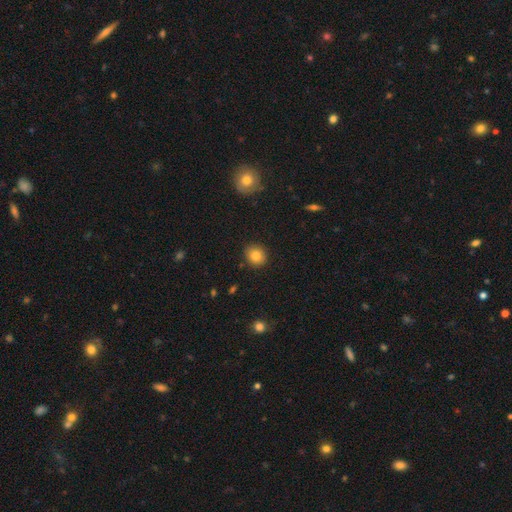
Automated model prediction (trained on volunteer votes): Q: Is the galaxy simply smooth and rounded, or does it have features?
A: smooth — 83%.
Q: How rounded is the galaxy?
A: round — 77%.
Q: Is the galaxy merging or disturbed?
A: none — 89%.